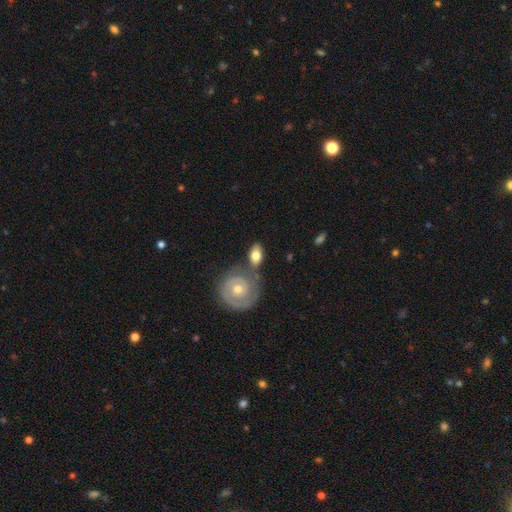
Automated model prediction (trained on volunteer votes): Morphology: type=smooth (59%); roundness=in between (81%); merging=none (58%).